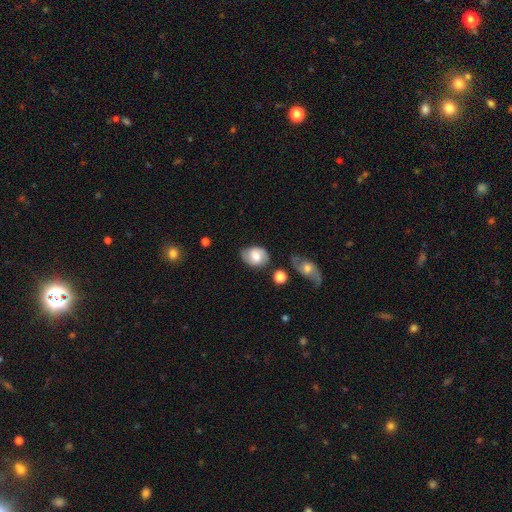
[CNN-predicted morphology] This is possibly a smooth galaxy (57%). How rounded: likely in between (63%). Merging: likely none (70%).